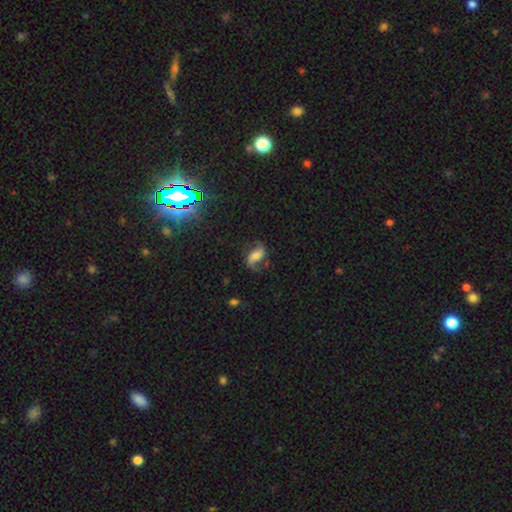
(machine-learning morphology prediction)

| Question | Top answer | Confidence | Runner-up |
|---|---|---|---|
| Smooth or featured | featured or disk | 69% | smooth (21%) |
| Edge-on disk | no | 96% | yes (4%) |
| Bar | weak | 36% | no (32%) |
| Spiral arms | yes | 93% | no (7%) |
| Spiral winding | loose | 51% | medium (38%) |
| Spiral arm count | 2 | 88% | 1 (5%) |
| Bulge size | moderate | 44% | small (32%) |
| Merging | none | 67% | minor disturbance (18%) |